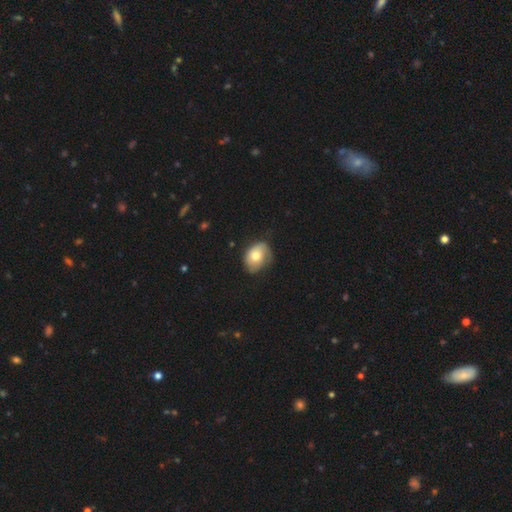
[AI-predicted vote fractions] Q: Smooth or featured?
A: smooth (65%); runner-up: featured or disk (28%)
Q: How rounded?
A: in between (63%); runner-up: round (36%)
Q: Merging?
A: none (59%); runner-up: minor disturbance (31%)